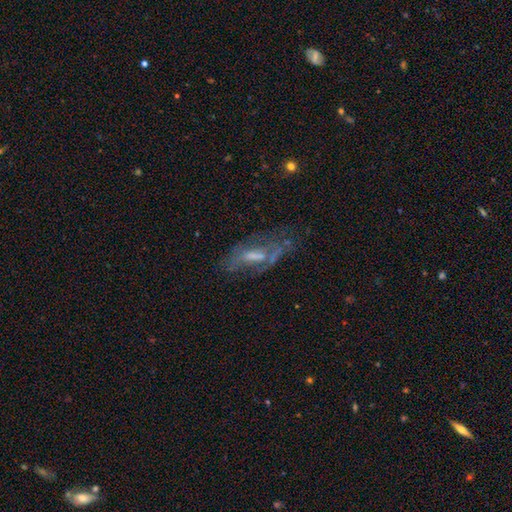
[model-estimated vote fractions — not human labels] Smooth or featured? featured or disk (63%)
Edge-on disk? no (82%)
Bar? no (44%)
Spiral arms? yes (50%, tied with no)
Bulge size? moderate (40%)
Merging? none (50%)